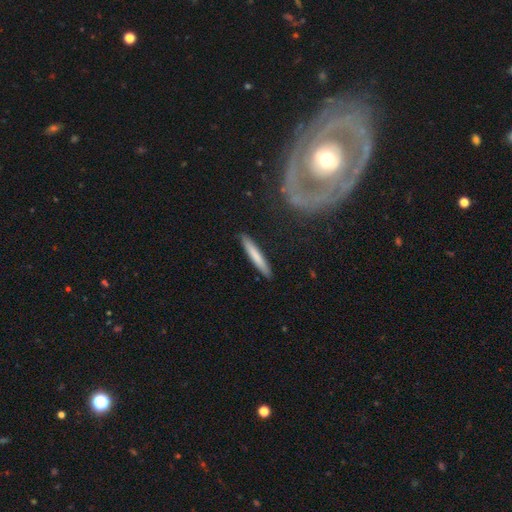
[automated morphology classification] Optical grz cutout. It shows a smooth galaxy with no disk features (72%) that is cigar-shaped (95%). Merging: none (90%).